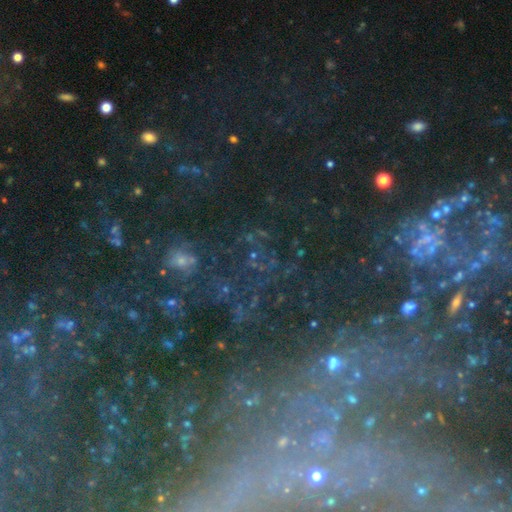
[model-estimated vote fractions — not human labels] smooth-or-featured: star or artifact: 66% | smooth: 19% | featured or disk: 14%